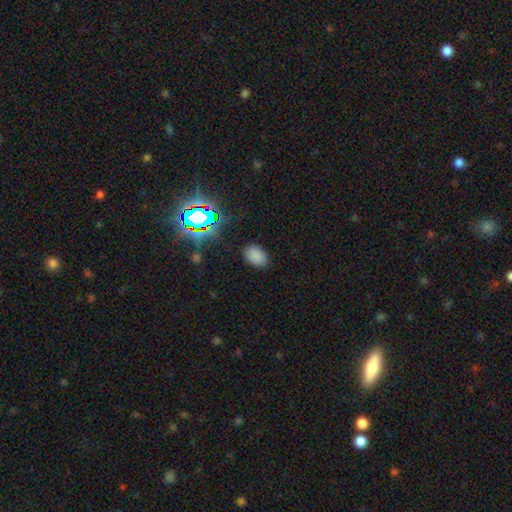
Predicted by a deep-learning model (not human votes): Overall: smooth (77%). How rounded: in between (85%). Merging: none (84%).